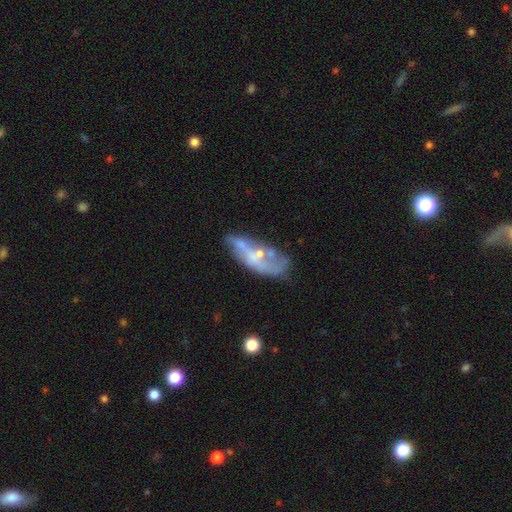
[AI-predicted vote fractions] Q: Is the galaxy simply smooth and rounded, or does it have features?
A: featured or disk — 61%.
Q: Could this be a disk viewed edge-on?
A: no — 87%.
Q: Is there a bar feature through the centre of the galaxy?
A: no — 78%.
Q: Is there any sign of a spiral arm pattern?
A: no — 71%.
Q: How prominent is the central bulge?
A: small — 50%.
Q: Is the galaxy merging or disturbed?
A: none — 39%.